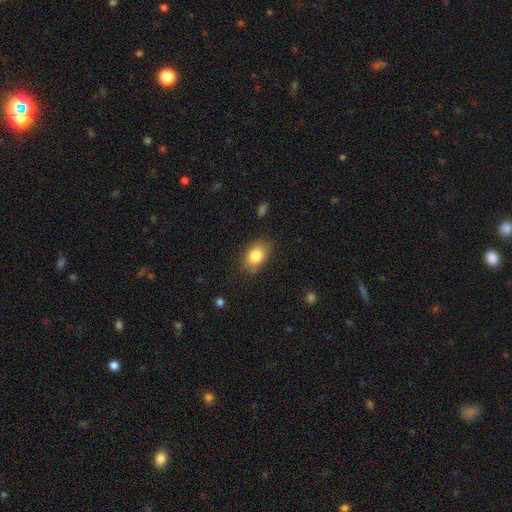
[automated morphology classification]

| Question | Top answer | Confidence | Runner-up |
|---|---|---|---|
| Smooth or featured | smooth | 82% | featured or disk (10%) |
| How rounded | in between | 81% | round (17%) |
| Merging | none | 77% | minor disturbance (17%) |